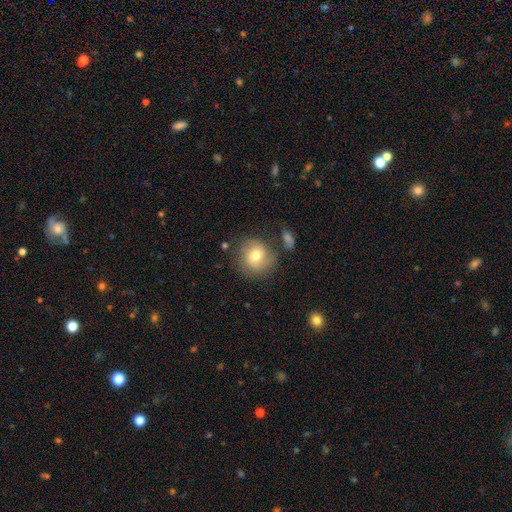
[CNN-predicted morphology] Smooth or featured: smooth — 70% (featured or disk — 21%)
How rounded: round — 87% (in between — 12%)
Merging: none — 68% (minor disturbance — 18%)